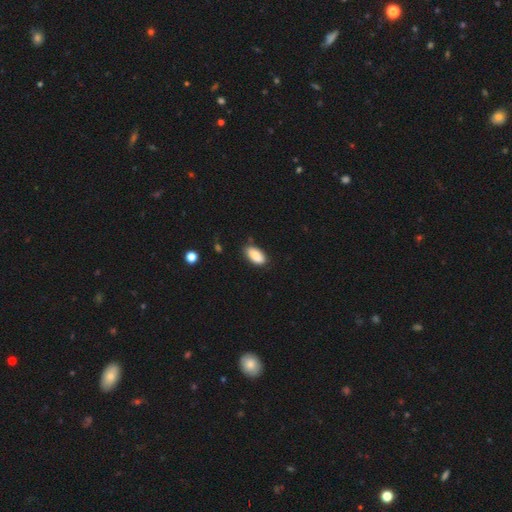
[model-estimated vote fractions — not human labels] This appears to be a smooth galaxy with no disk features (87%) that is in between round and cigar-shaped (93%). Merging: none (77%).